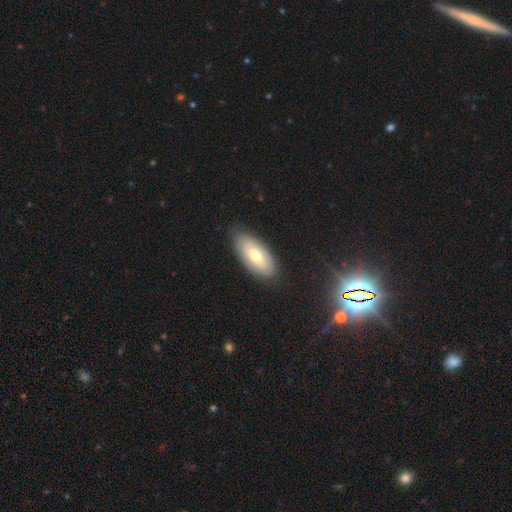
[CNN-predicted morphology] Smooth or featured? smooth (63%)
How rounded? in between (89%)
Merging? none (82%)